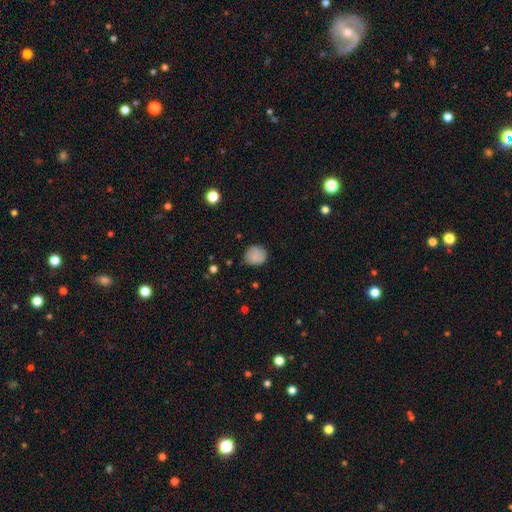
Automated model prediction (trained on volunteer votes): The model was most divided on "merging": none: 77%, minor disturbance: 18%, major disturbance: 4%, merger: 2%. More confident: how rounded — round (82%); smooth or featured — smooth (77%).